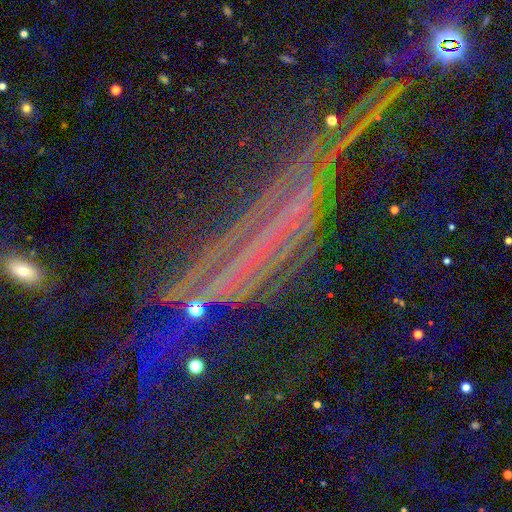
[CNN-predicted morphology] Smooth or featured: star or artifact — 72% (featured or disk — 16%)